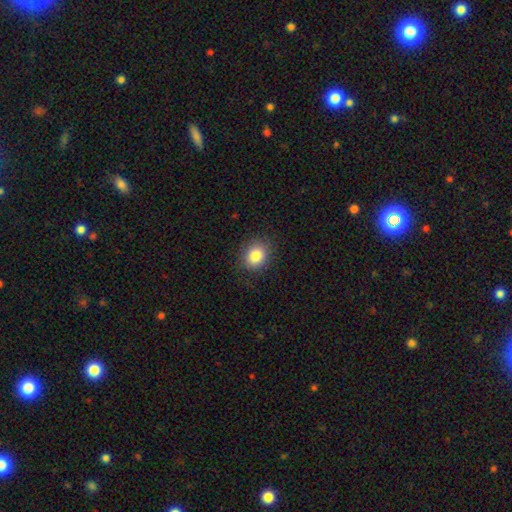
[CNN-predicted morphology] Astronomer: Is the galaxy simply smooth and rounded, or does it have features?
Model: smooth — 84%.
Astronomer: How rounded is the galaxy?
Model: round — 62% (runner-up: in between, 37%).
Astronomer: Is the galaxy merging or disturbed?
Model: none — 87%.